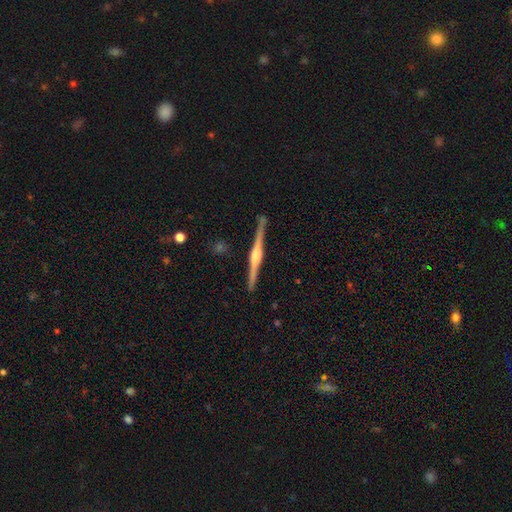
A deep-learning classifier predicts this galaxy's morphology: featured or disk 84%, smooth 10%, star or artifact 5%. Down the decision tree: edge-on disk — yes (98%); edge-on bulge — rounded (80%); merging — none (88%).